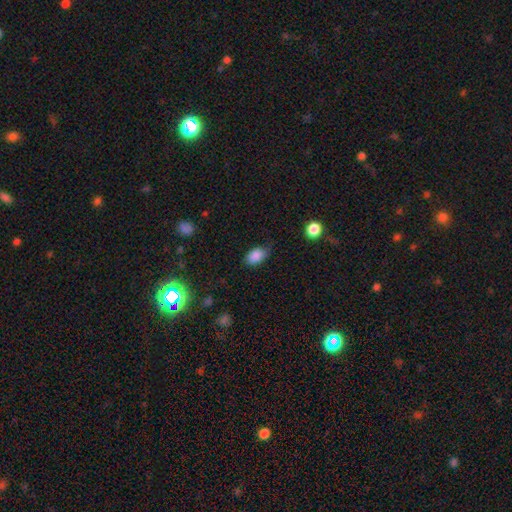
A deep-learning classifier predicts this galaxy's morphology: This appears to be a smooth galaxy with no disk features (86%) that is in between round and cigar-shaped (89%). Merging: none (68%).